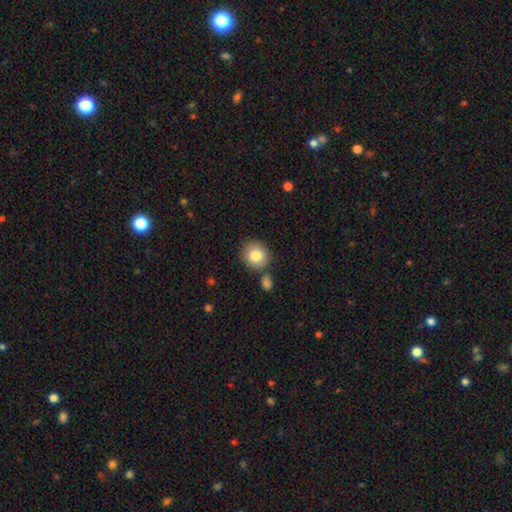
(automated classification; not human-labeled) smooth 82%, featured or disk 9%, star or artifact 9%. Down the decision tree: how rounded — round (86%); merging — none (75%).